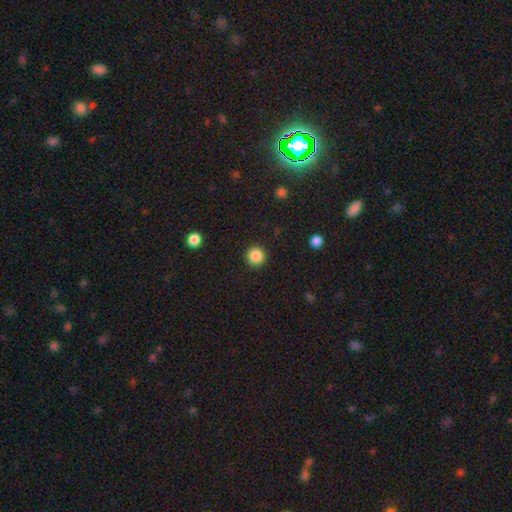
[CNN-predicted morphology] A smooth galaxy with no disk features (86%) that is round (96%).

Vote fractions:
- Smooth or featured? smooth: 86% / star or artifact: 10% / featured or disk: 4%
- How rounded? round: 96% / in between: 3% / cigar-shaped: 1%
- Merging? none: 92% / minor disturbance: 5% / major disturbance: 2% / merger: 1%